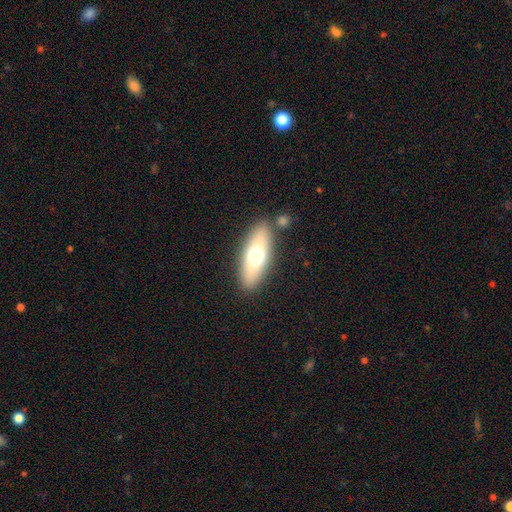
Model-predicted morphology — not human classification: Smooth or featured? smooth (64%)
How rounded? in between (65%)
Merging? none (82%)